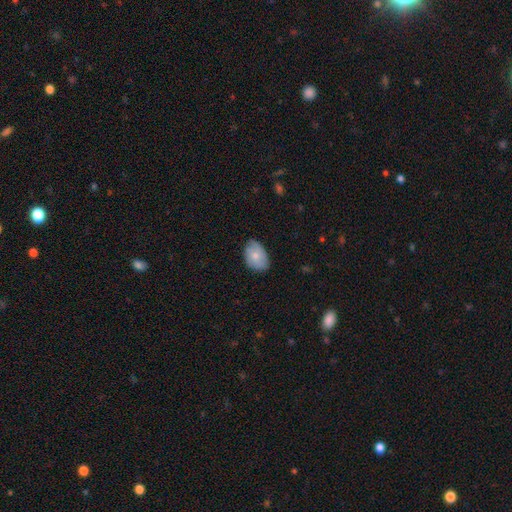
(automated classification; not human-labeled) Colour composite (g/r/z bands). It shows a smooth galaxy with no disk features (72%) that is in between round and cigar-shaped (85%). Merging: none (69%).